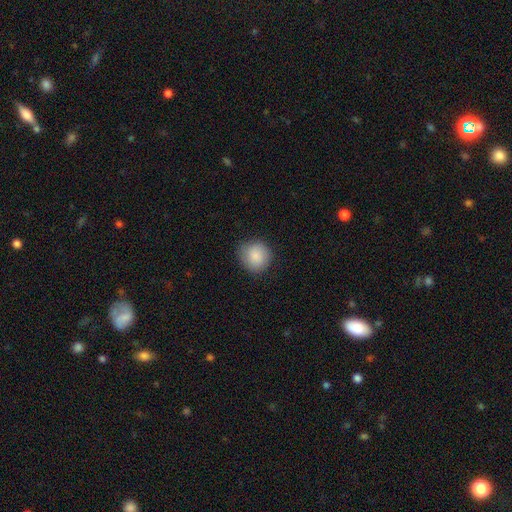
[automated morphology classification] Smooth or featured: smooth — 87% (star or artifact — 7%)
How rounded: round — 88% (in between — 11%)
Merging: none — 82% (minor disturbance — 13%)